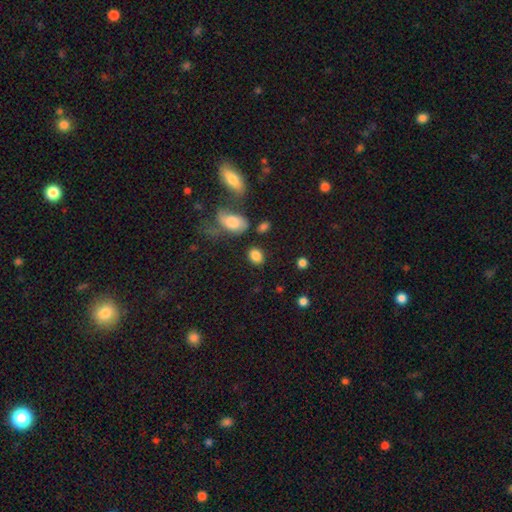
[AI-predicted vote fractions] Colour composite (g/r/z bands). It shows a smooth galaxy with no disk features (85%) that is in between round and cigar-shaped (58%). Merging: none (76%).